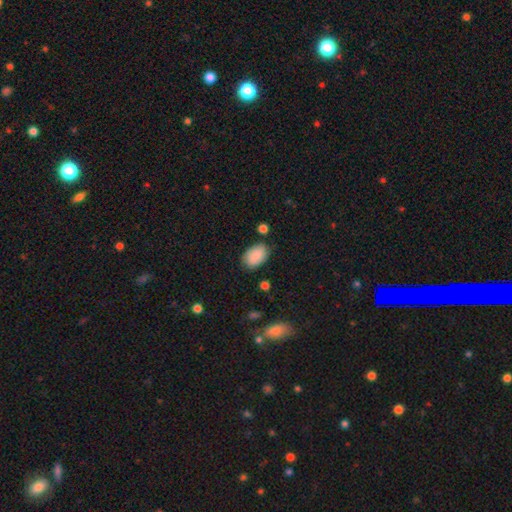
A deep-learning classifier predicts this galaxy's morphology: A smooth galaxy with no disk features (88%) that is in between round and cigar-shaped (90%). Merging: none (79%).